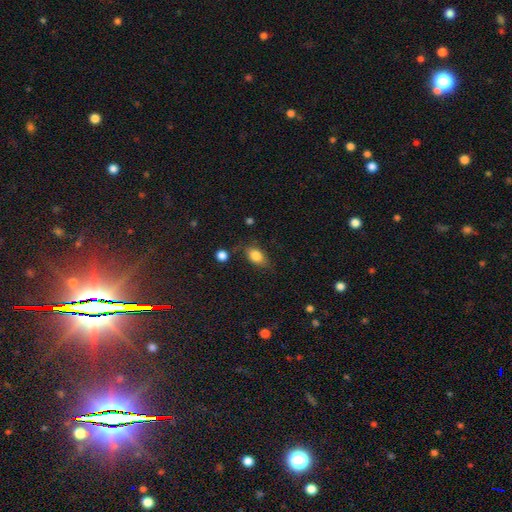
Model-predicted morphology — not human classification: smooth_or_featured: smooth (p=0.82) [alt: featured or disk p=0.09]
how_rounded: in between (p=0.83) [alt: round p=0.14]
merging: none (p=0.69) [alt: minor disturbance p=0.22]